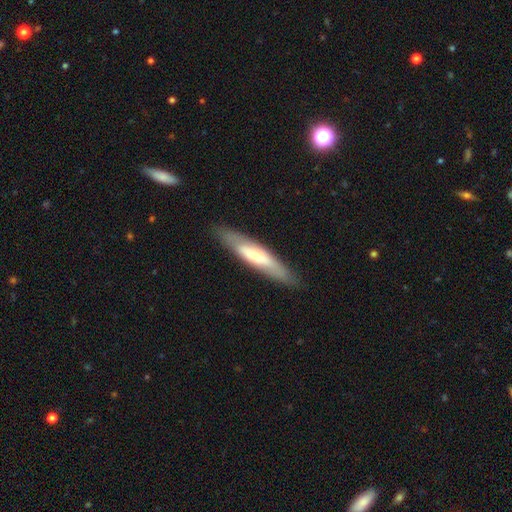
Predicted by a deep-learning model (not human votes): This is possibly a smooth galaxy (50%). Merging: clearly none (84%).